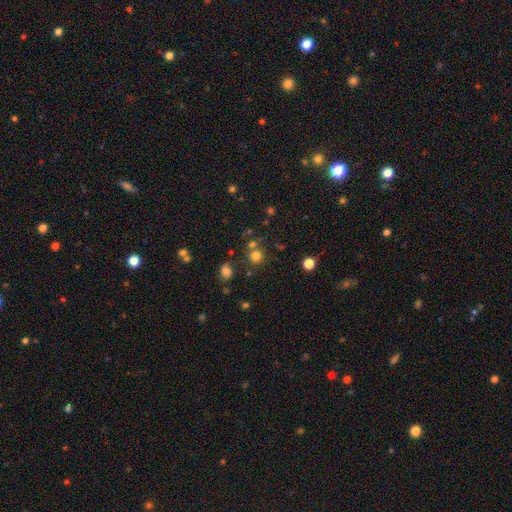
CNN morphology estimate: The model was most divided on "merging": none: 71%, merger: 16%, minor disturbance: 9%, major disturbance: 4%. More confident: how rounded — round (91%); smooth or featured — smooth (74%).